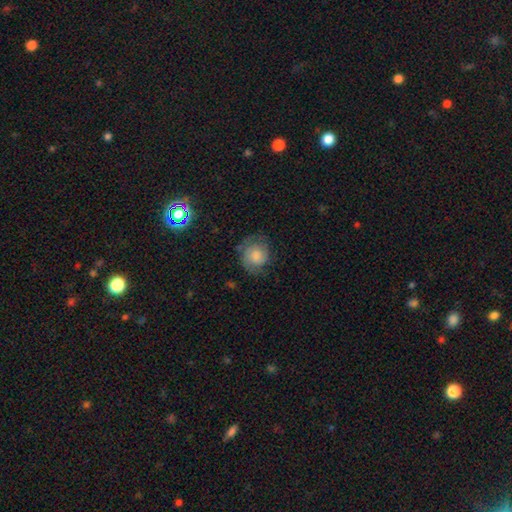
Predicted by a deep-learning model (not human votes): Morphology: type=smooth (54%); roundness=round (74%); merging=none (63%).